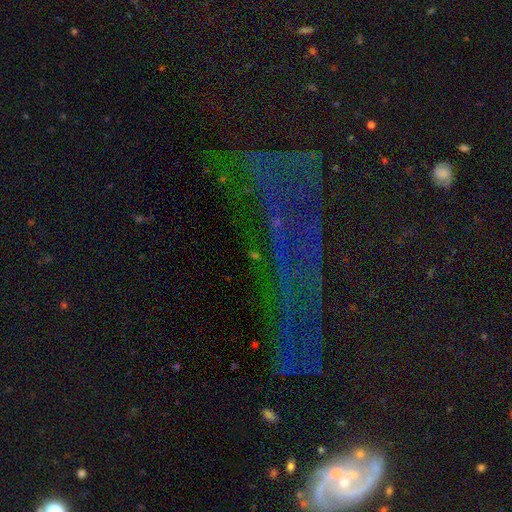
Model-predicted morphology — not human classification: The model was most divided on "smooth or featured": star or artifact: 71%, featured or disk: 16%, smooth: 13%.